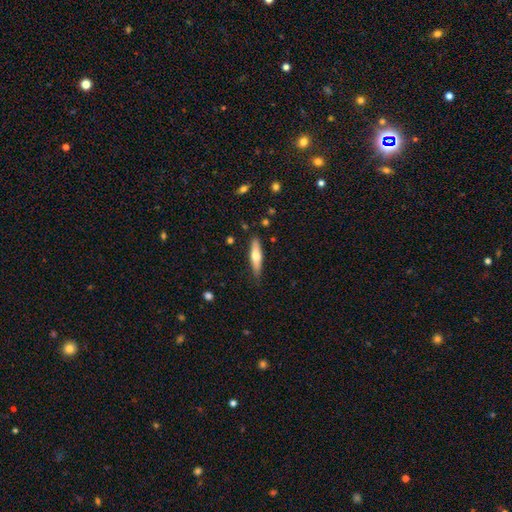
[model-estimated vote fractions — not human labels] smooth-or-featured: smooth: 56% | featured or disk: 38% | star or artifact: 6%
  how-rounded: cigar-shaped: 74% | in between: 25% | round: 2%
  merging: none: 84% | minor disturbance: 12% | major disturbance: 2% | merger: 2%